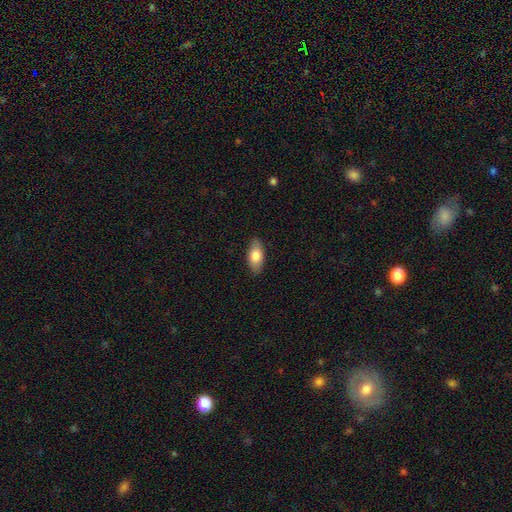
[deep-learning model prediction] smooth_or_featured: smooth (p=0.78) [alt: featured or disk p=0.16]
how_rounded: in between (p=0.90) [alt: cigar-shaped p=0.07]
merging: none (p=0.86) [alt: minor disturbance p=0.10]